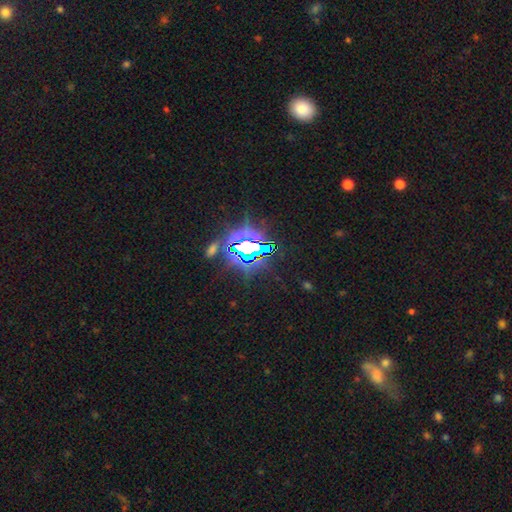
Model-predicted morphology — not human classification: smooth_or_featured: star or artifact (p=0.81) [alt: smooth p=0.10]